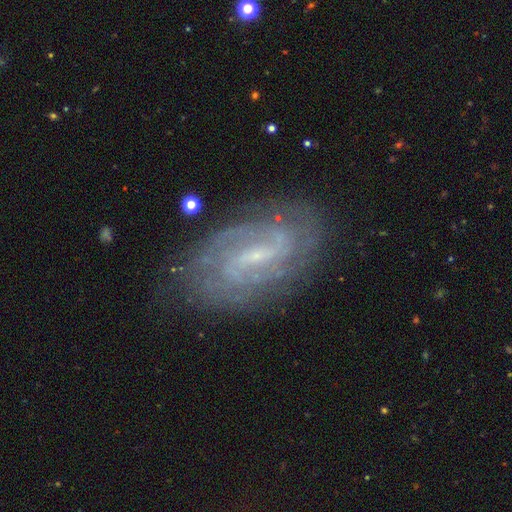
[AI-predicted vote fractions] A featured or disk galaxy (85%) with a weak bar (52%), 2 (53%) tight (48%) spiral arms (94%) and a small central bulge (70%).

Vote fractions:
- Smooth or featured? featured or disk: 85% / smooth: 8% / star or artifact: 6%
- Edge-on disk? no: 95% / yes: 5%
- Bar? weak: 52% / strong: 29% / no: 19%
- Spiral arms? yes: 94% / no: 6%
- Spiral winding? tight: 48% / medium: 39% / loose: 13%
- Spiral arm count? 2: 53% / can't tell: 25% / 3: 9% / 4: 5% / 1: 4% / more than 4: 4%
- Bulge size? small: 70% / moderate: 17% / none: 11% / large: 1% / dominant: 1%
- Merging? none: 77% / minor disturbance: 15% / major disturbance: 5% / merger: 2%